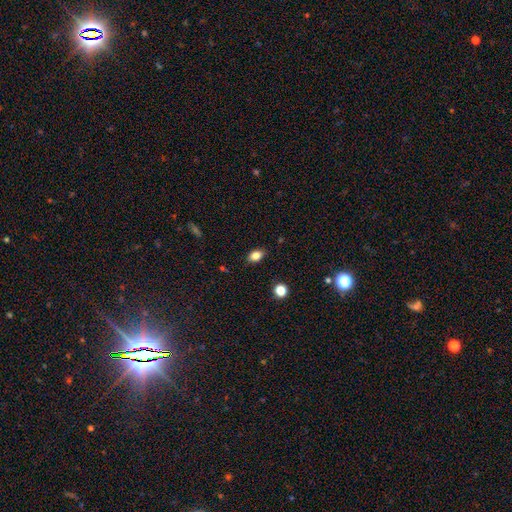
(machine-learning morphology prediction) smooth_or_featured: smooth (p=0.83) [alt: star or artifact p=0.10]
how_rounded: in between (p=0.80) [alt: round p=0.18]
merging: none (p=0.86) [alt: minor disturbance p=0.10]